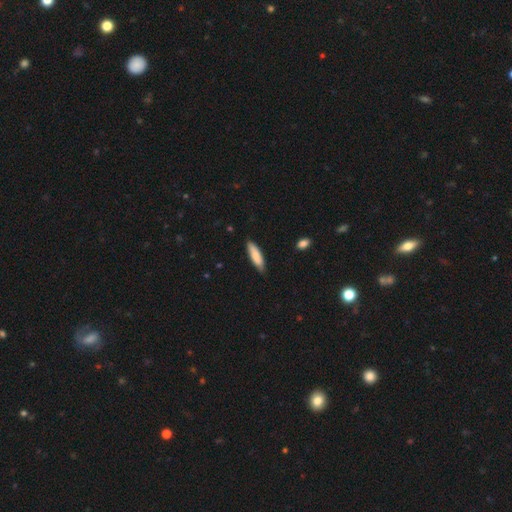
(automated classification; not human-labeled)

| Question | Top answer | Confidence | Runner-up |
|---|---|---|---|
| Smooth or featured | smooth | 81% | featured or disk (13%) |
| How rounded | cigar-shaped | 58% | in between (40%) |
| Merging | none | 81% | minor disturbance (16%) |